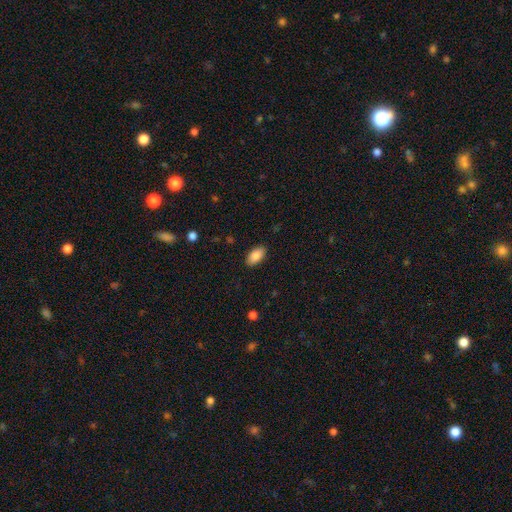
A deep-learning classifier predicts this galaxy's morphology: Q: Smooth or featured?
A: smooth (88%); runner-up: star or artifact (7%)
Q: How rounded?
A: in between (94%); runner-up: round (3%)
Q: Merging?
A: none (89%); runner-up: minor disturbance (8%)